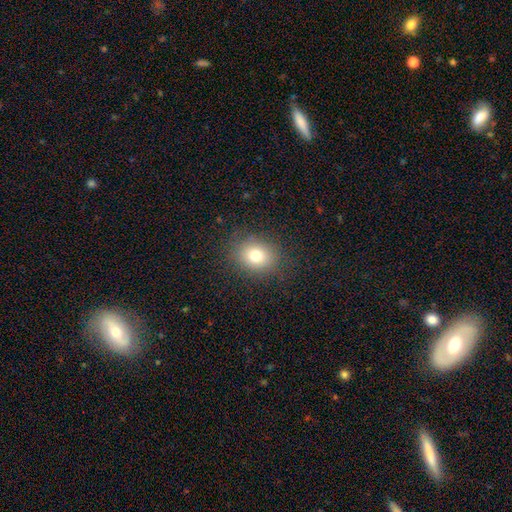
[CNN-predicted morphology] A smooth galaxy with no disk features (76%) that is round (63%).

Vote fractions:
- Smooth or featured? smooth: 76% / star or artifact: 13% / featured or disk: 11%
- How rounded? round: 63% / in between: 36% / cigar-shaped: 1%
- Merging? none: 85% / minor disturbance: 10% / major disturbance: 4% / merger: 1%